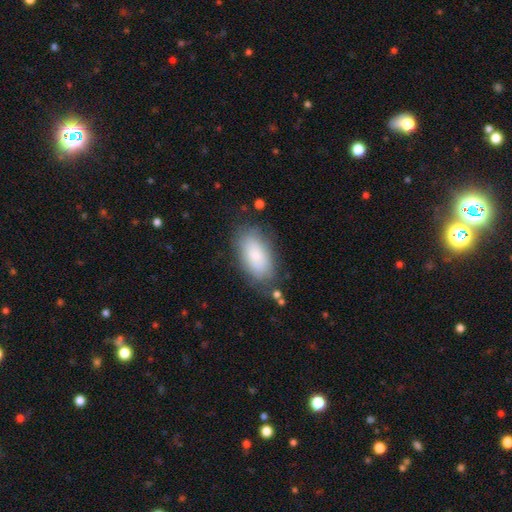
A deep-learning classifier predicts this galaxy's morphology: This is likely a smooth galaxy (79%). How rounded: clearly in between (93%). Merging: likely none (73%).